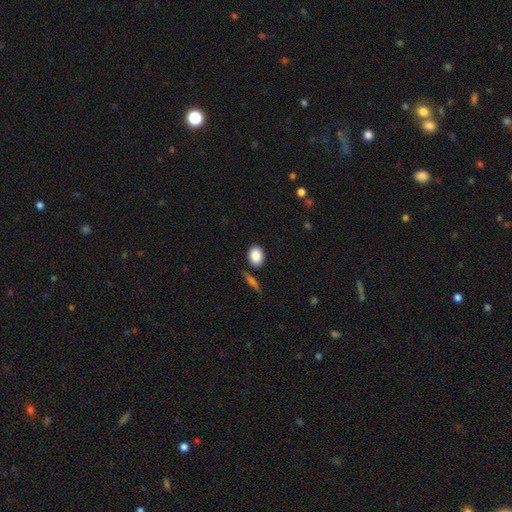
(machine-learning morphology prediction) Smooth or featured: smooth — 88% (star or artifact — 7%)
How rounded: in between — 69% (round — 29%)
Merging: none — 80% (minor disturbance — 11%)